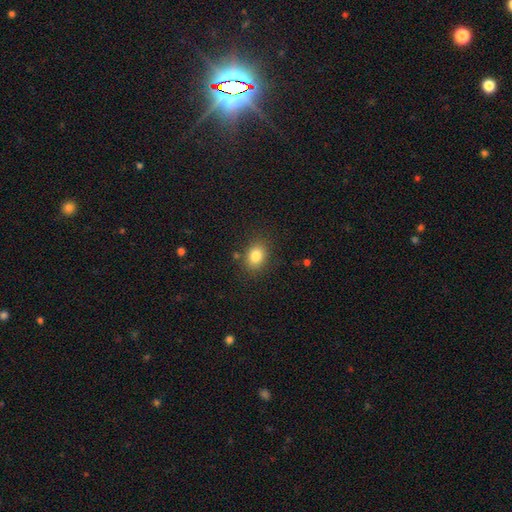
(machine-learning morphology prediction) The model was most divided on "how rounded": in between: 58%, round: 41%, cigar-shaped: 1%. More confident: merging — none (83%); smooth or featured — smooth (83%).